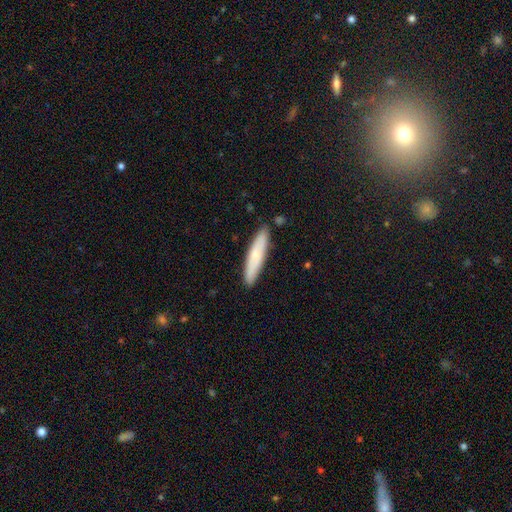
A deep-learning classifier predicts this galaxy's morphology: smooth-or-featured: smooth: 70% | featured or disk: 24% | star or artifact: 6%
  how-rounded: cigar-shaped: 86% | in between: 12% | round: 1%
  merging: none: 86% | minor disturbance: 10% | merger: 2% | major disturbance: 2%